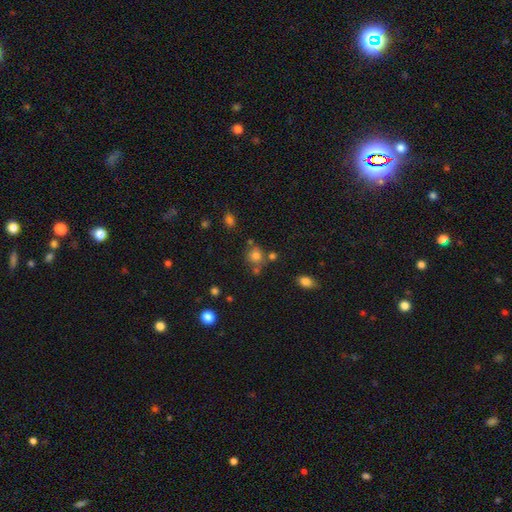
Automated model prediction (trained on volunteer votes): Smooth or featured? smooth (76%)
How rounded? round (81%)
Merging? none (63%)